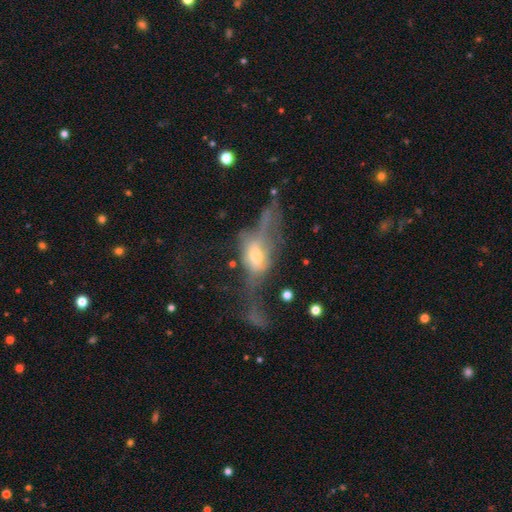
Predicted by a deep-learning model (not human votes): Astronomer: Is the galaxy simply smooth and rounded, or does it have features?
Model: featured or disk — 59%.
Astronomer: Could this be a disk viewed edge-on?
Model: no — 55% (runner-up: yes, 45%).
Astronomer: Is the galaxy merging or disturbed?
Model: major disturbance — 55%.